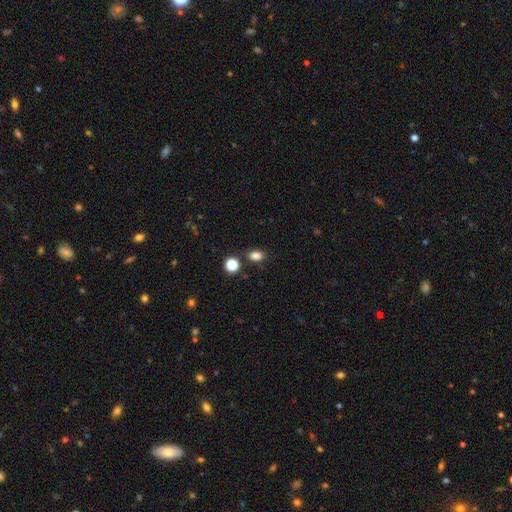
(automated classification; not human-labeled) A smooth galaxy with no disk features (83%) that is in between round and cigar-shaped (75%). Merging: none (80%).